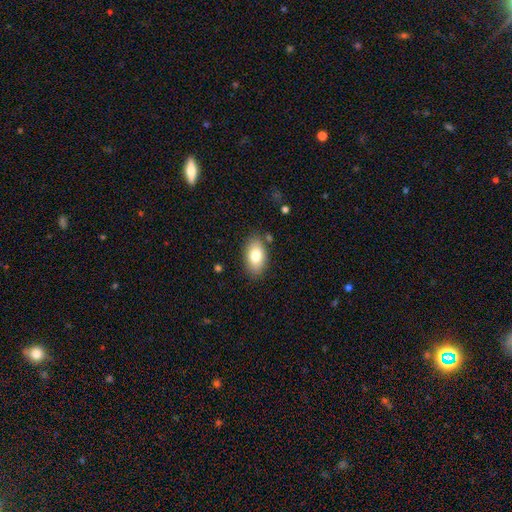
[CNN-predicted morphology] smooth 79%, featured or disk 14%, star or artifact 7%. Down the decision tree: how rounded — in between (92%); merging — none (83%).